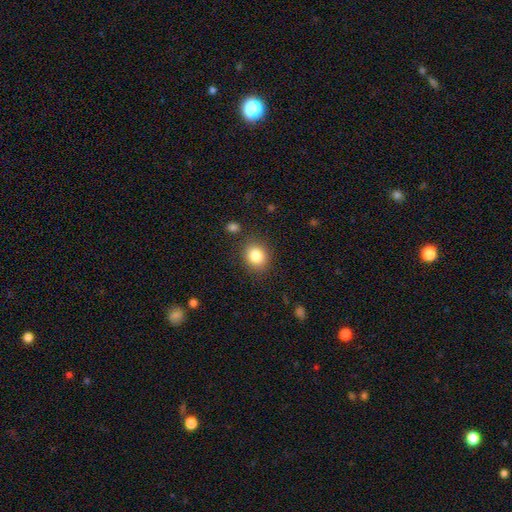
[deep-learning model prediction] Smooth or featured? smooth (84%)
How rounded? round (63%)
Merging? none (84%)